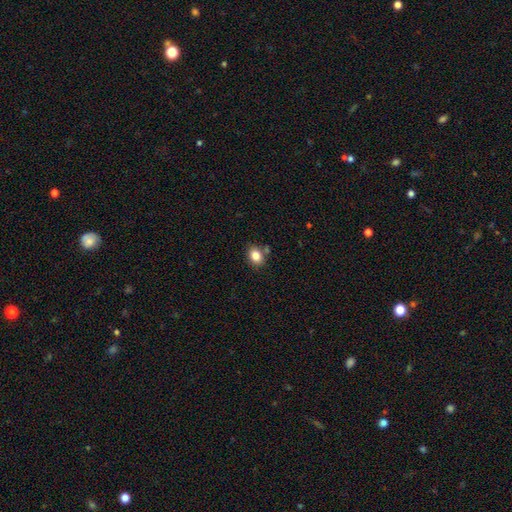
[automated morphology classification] A smooth galaxy with no disk features (84%) that is in between round and cigar-shaped (62%). Merging: none (77%).